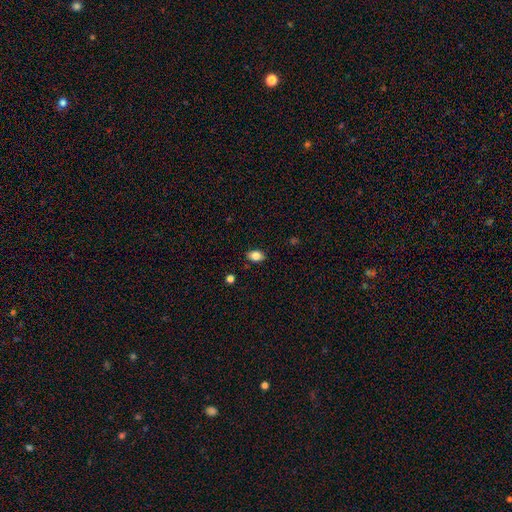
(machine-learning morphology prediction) type=smooth (83%); roundness=in between (81%); merging=none (86%).